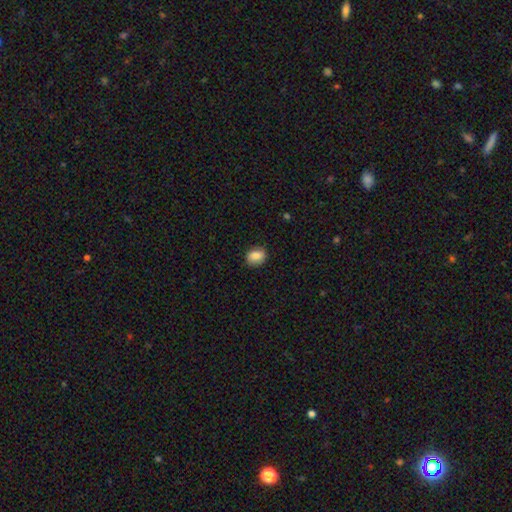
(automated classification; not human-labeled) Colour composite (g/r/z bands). It shows a smooth galaxy with no disk features (82%) that is in between round and cigar-shaped (62%). Merging: none (84%).